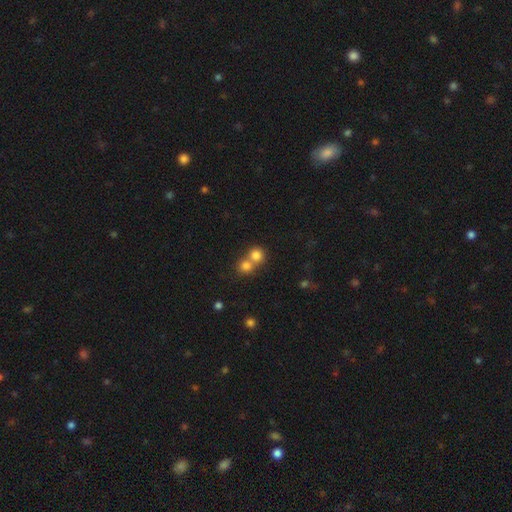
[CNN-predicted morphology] Smooth or featured? smooth (79%)
How rounded? round (87%)
Merging? merger (50%)